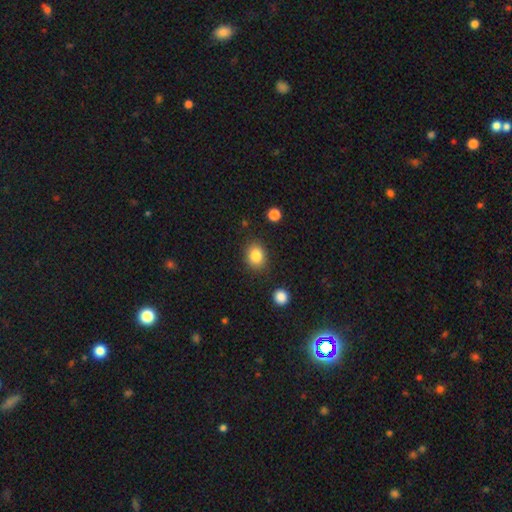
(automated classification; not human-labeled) smooth_or_featured: smooth (p=0.84) [alt: star or artifact p=0.10]
how_rounded: round (p=0.54) [alt: in between p=0.45]
merging: none (p=0.86) [alt: minor disturbance p=0.10]